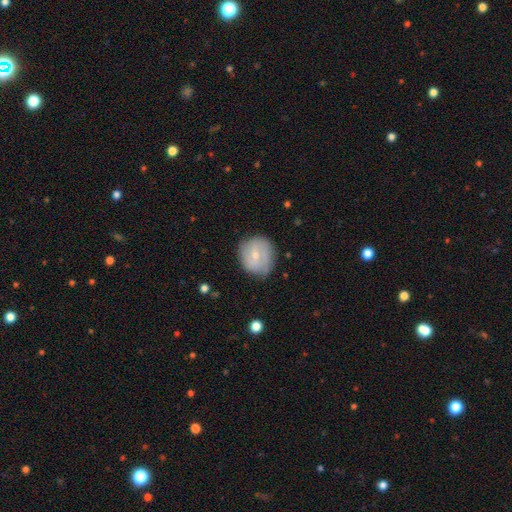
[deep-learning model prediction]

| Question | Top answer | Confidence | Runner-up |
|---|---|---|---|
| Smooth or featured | smooth | 47% | featured or disk (46%) |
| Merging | none | 74% | minor disturbance (19%) |